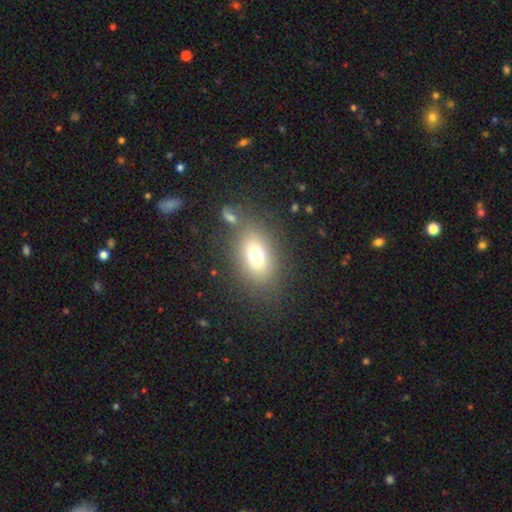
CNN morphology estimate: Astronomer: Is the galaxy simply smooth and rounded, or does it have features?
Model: smooth — 73%.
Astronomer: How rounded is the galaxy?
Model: in between — 76%.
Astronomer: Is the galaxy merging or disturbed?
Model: none — 73%.